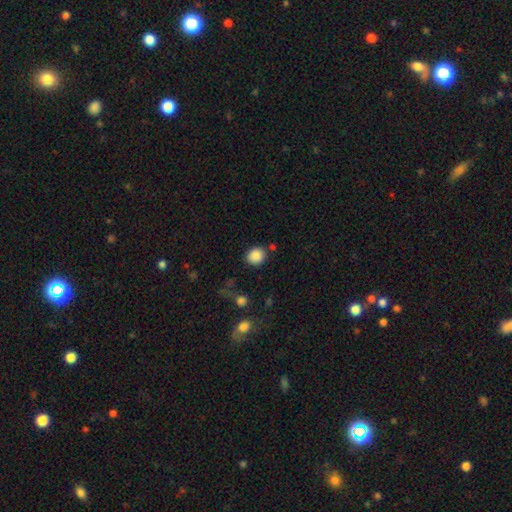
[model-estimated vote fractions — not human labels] Smooth or featured?
  - smooth: 87% *
  - star or artifact: 9%
  - featured or disk: 3%
How rounded?
  - round: 81% *
  - in between: 18%
  - cigar-shaped: 1%
Merging?
  - none: 79% *
  - minor disturbance: 11%
  - merger: 6%
  - major disturbance: 4%